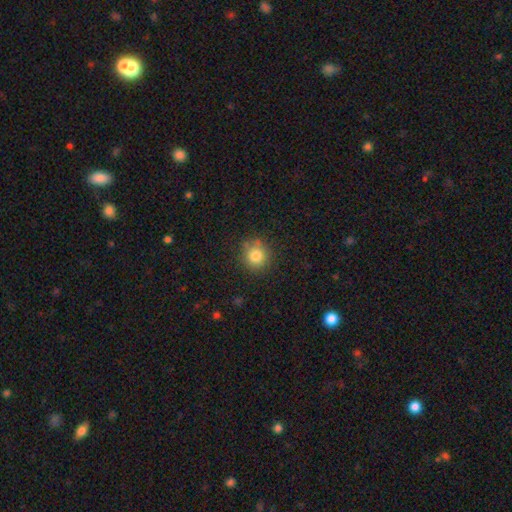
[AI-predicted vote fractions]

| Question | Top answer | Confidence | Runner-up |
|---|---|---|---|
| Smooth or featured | smooth | 81% | star or artifact (11%) |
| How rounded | round | 89% | in between (10%) |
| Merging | none | 80% | minor disturbance (14%) |